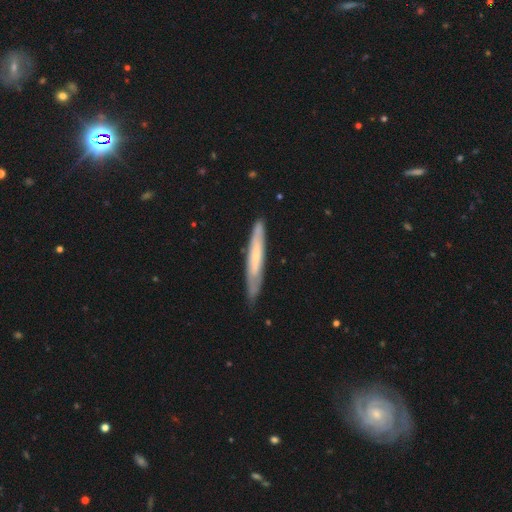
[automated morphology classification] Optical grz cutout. It shows a smooth galaxy with no disk features (48%). Merging: none (80%).